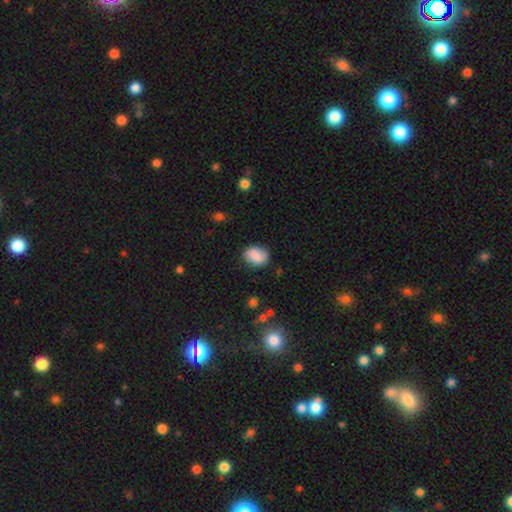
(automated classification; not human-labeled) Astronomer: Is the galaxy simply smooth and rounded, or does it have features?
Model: smooth — 79%.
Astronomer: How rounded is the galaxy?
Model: in between — 69%.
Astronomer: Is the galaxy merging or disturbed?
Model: none — 77%.